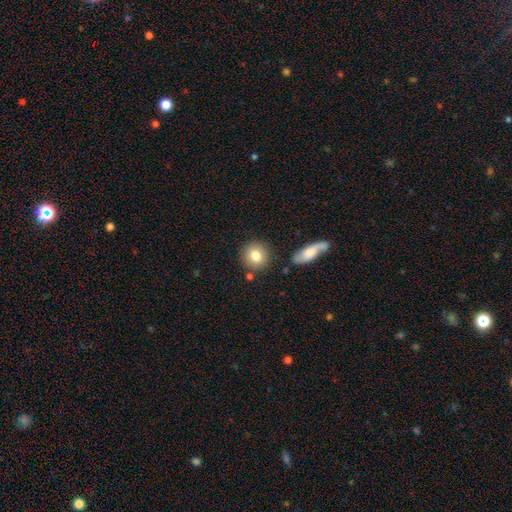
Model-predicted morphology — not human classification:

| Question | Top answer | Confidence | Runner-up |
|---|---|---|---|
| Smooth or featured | smooth | 80% | featured or disk (12%) |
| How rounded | round | 89% | in between (9%) |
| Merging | none | 82% | minor disturbance (9%) |